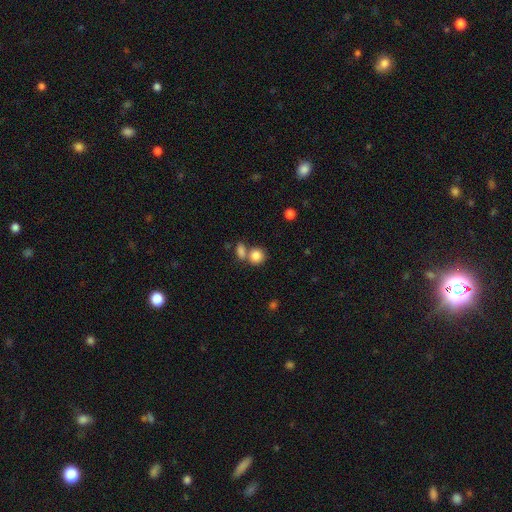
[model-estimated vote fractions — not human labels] Smooth or featured: smooth — 84% (star or artifact — 9%)
How rounded: round — 76% (in between — 22%)
Merging: none — 49% (merger — 38%)